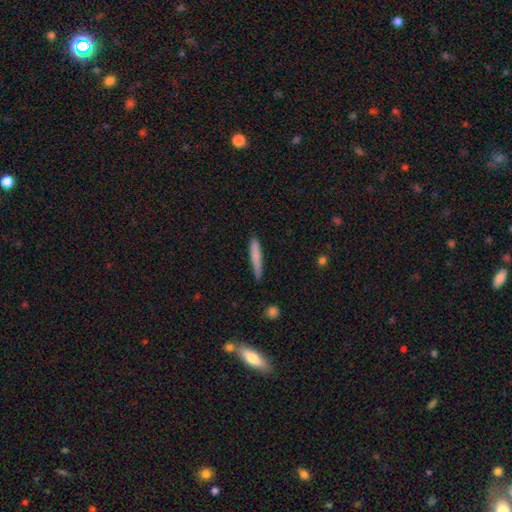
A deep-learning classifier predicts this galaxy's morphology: This appears to be a smooth galaxy with no disk features (77%) that is cigar-shaped (93%). Merging: none (81%).